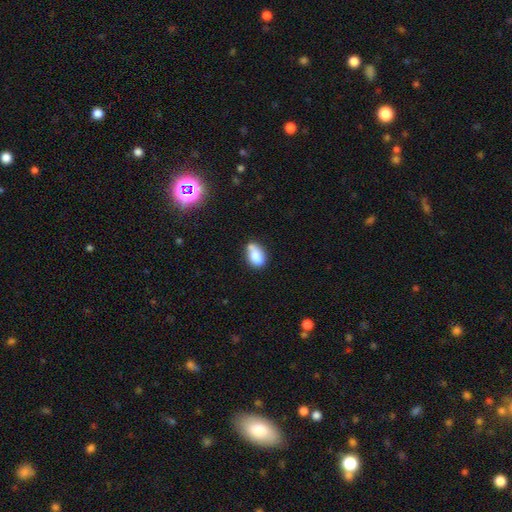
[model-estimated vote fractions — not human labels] The model was most divided on "merging": none: 50%, minor disturbance: 26%, merger: 18%, major disturbance: 7%. More confident: how rounded — in between (86%); smooth or featured — smooth (80%).